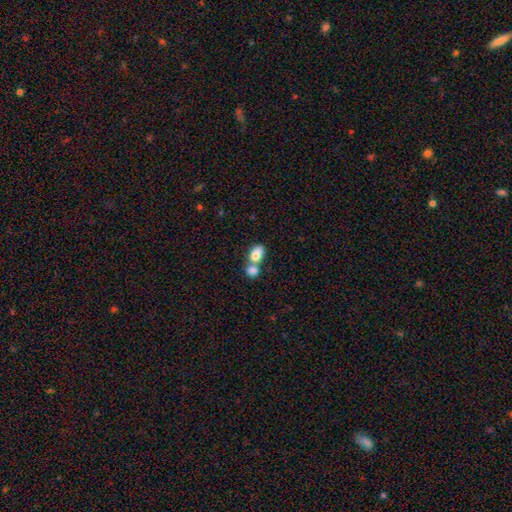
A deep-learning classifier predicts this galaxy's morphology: type=smooth (80%); roundness=in between (82%); merging=merger (64%).